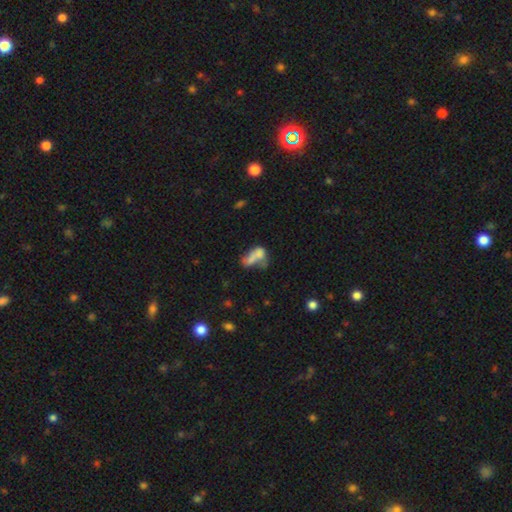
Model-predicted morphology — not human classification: type=smooth (59%); roundness=in between (79%); merging=merger (53%).